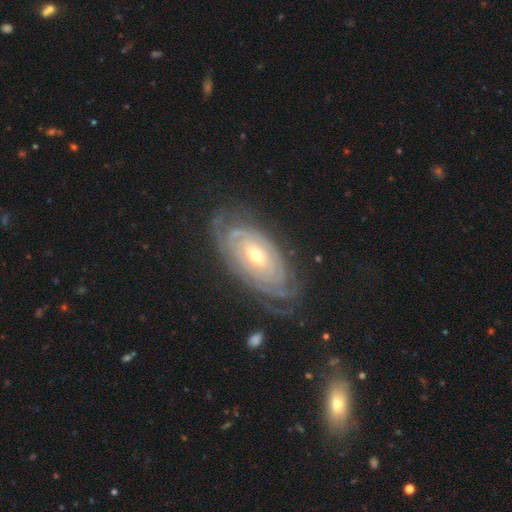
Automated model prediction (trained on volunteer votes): Overall: featured or disk (86%). Edge-on disk: no (93%). Bar: no (65%). Spiral arms: yes (92%). Spiral arm count: can't tell (48%; 2 15%). Spiral winding: tight (84%). Bulge size: moderate (56%; small 40%). Merging: none (73%).